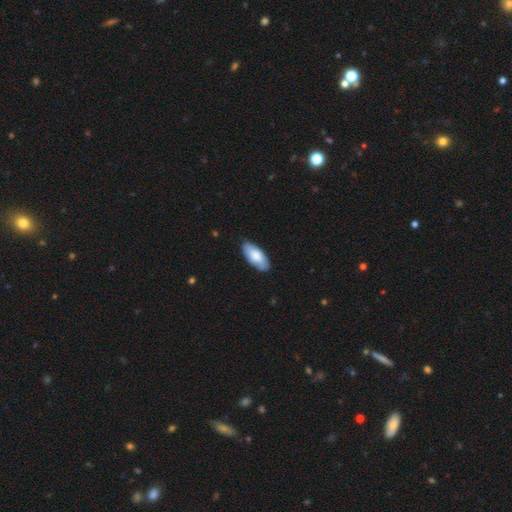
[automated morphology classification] The model was most divided on "smooth or featured": smooth: 80%, featured or disk: 15%, star or artifact: 5%. More confident: how rounded — in between (88%); merging — none (84%).